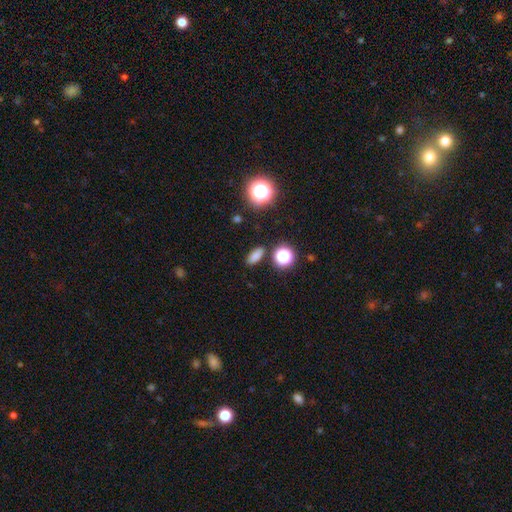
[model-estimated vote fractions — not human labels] A smooth galaxy with no disk features (76%) that is in between round and cigar-shaped (71%). Merging: none (86%).